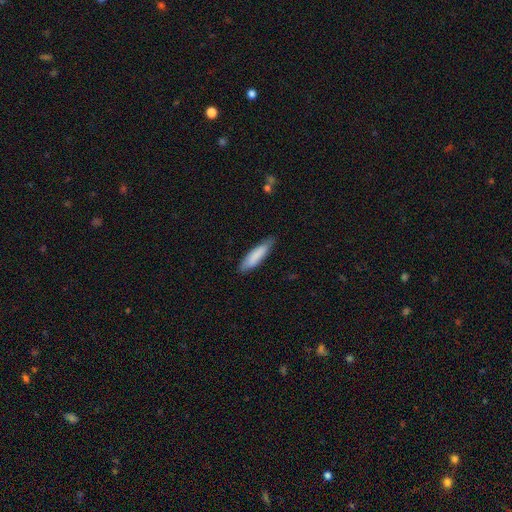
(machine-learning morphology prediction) Smooth or featured?
  - smooth: 83% *
  - featured or disk: 12%
  - star or artifact: 6%
How rounded?
  - cigar-shaped: 71% *
  - in between: 28%
  - round: 1%
Merging?
  - none: 79% *
  - minor disturbance: 17%
  - major disturbance: 3%
  - merger: 1%